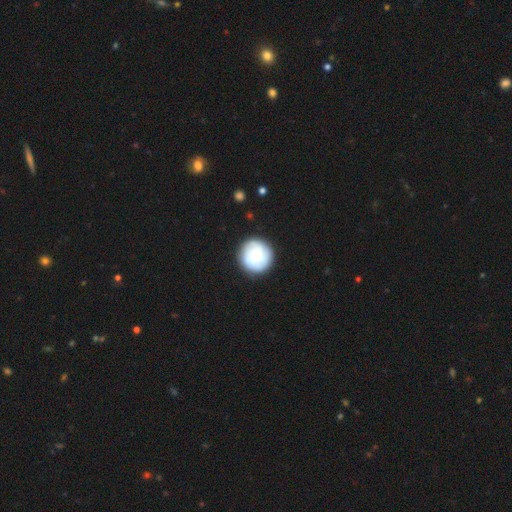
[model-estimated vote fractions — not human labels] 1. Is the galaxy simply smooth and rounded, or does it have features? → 63% smooth, 31% featured or disk, 6% star or artifact.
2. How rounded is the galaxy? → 95% round, 4% in between, 1% cigar-shaped.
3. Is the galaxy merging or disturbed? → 88% none, 9% minor disturbance, 3% major disturbance, 1% merger.